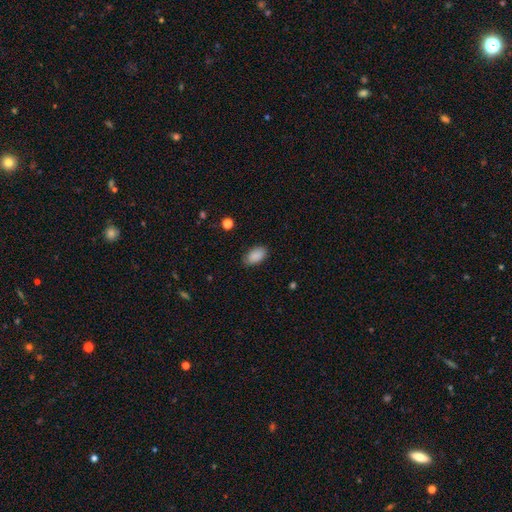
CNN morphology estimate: A smooth galaxy with no disk features (89%) that is in between round and cigar-shaped (94%).

Vote fractions:
- Smooth or featured? smooth: 89% / star or artifact: 7% / featured or disk: 4%
- How rounded? in between: 94% / round: 4% / cigar-shaped: 2%
- Merging? none: 84% / minor disturbance: 12% / major disturbance: 3% / merger: 1%